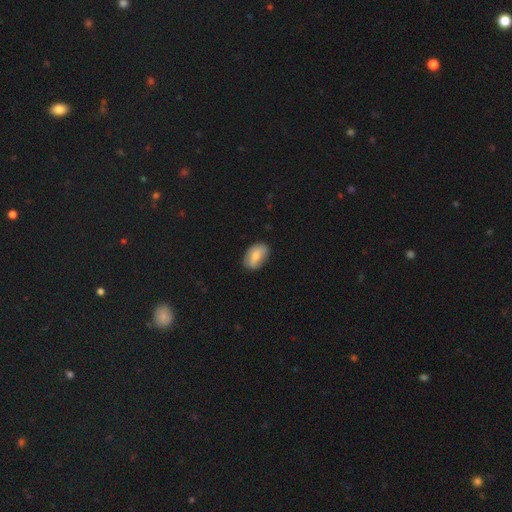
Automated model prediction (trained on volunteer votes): A smooth galaxy with no disk features (74%) that is in between round and cigar-shaped (89%). Merging: none (76%).